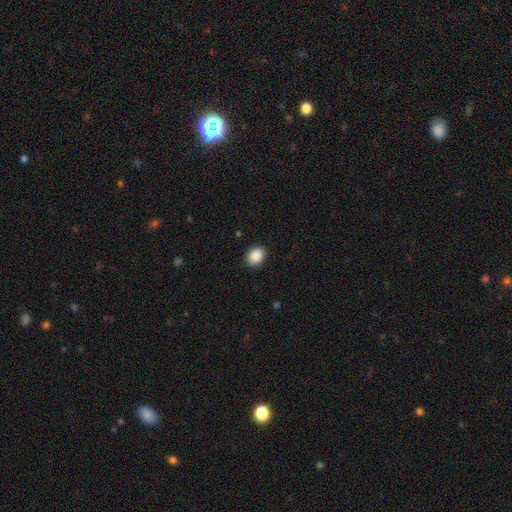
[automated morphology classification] Smooth or featured: smooth — 90% (star or artifact — 8%)
How rounded: in between — 53% (round — 46%)
Merging: none — 89% (minor disturbance — 8%)